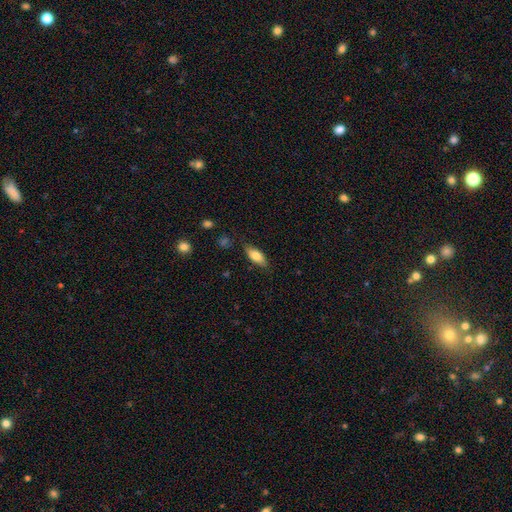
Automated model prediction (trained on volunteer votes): Smooth or featured? smooth (78%)
How rounded? in between (80%)
Merging? none (80%)